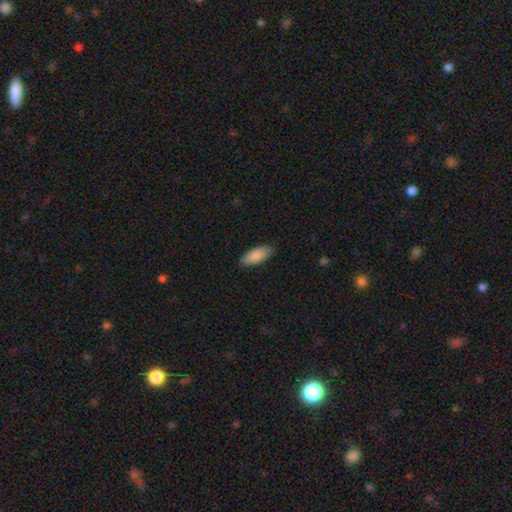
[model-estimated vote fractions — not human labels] A smooth galaxy with no disk features (88%) that is in between round and cigar-shaped (83%). Merging: none (86%).